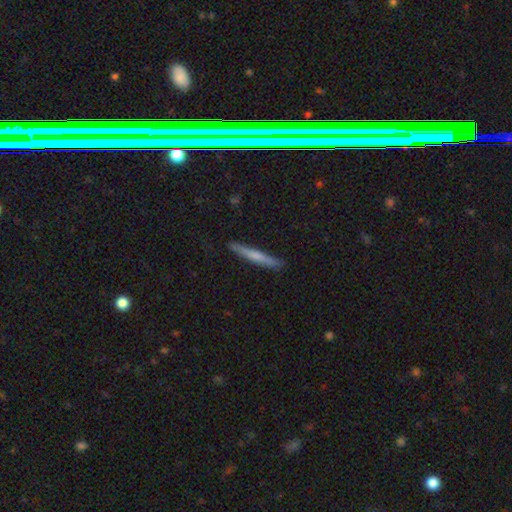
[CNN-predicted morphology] type=smooth (57%); roundness=cigar-shaped (96%); merging=none (89%).